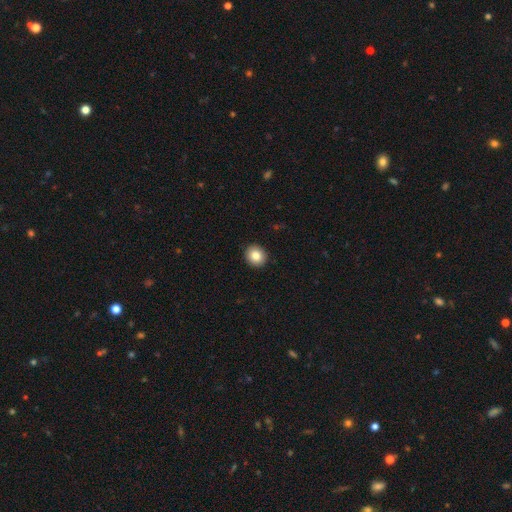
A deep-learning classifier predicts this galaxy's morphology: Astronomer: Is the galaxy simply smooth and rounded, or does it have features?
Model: smooth — 85%.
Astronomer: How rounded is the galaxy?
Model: round — 84%.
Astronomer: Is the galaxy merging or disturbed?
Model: none — 93%.